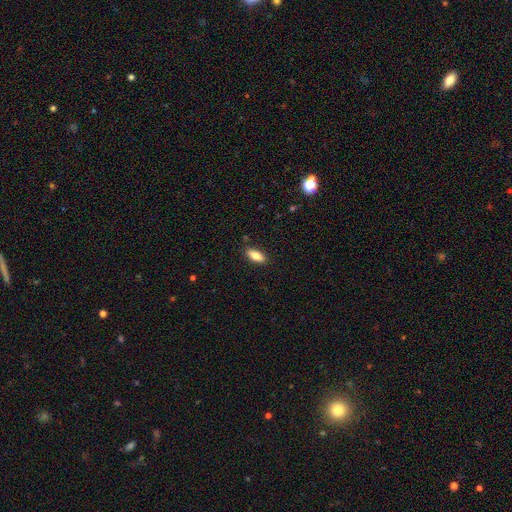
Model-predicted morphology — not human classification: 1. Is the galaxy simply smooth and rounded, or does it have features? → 80% smooth, 14% featured or disk, 7% star or artifact.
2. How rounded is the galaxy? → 77% in between, 21% cigar-shaped, 2% round.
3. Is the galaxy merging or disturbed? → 88% none, 9% minor disturbance, 2% major disturbance, 1% merger.